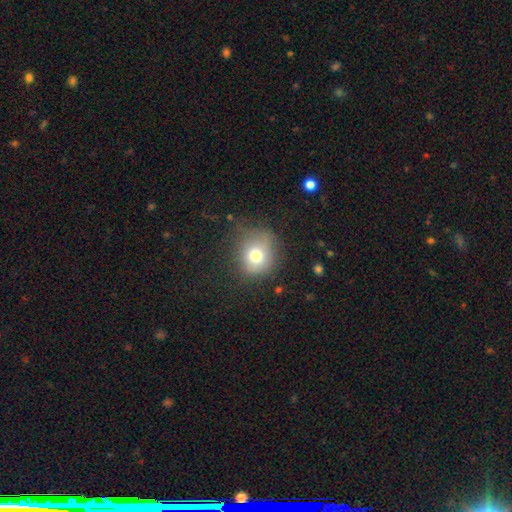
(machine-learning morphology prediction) smooth-or-featured: smooth: 74% | featured or disk: 13% | star or artifact: 13%
  how-rounded: round: 80% | in between: 19% | cigar-shaped: 1%
  merging: none: 65% | minor disturbance: 23% | major disturbance: 11% | merger: 2%